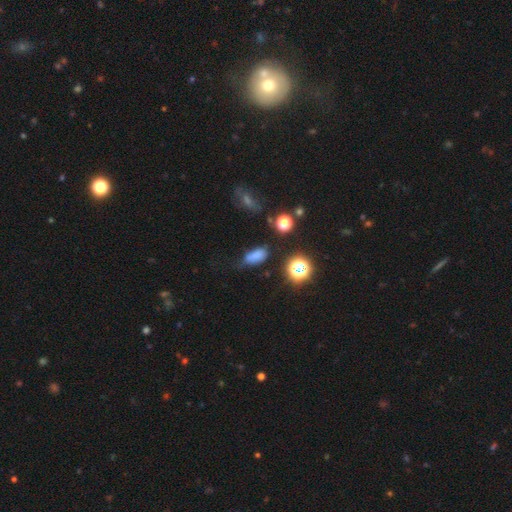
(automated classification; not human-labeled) Smooth or featured? smooth (72%)
How rounded? in between (83%)
Merging? none (53%)